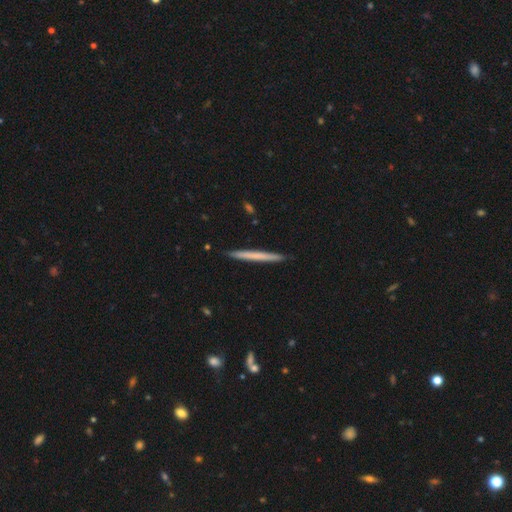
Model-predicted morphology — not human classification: Smooth or featured? smooth (60%)
How rounded? cigar-shaped (97%)
Merging? none (92%)